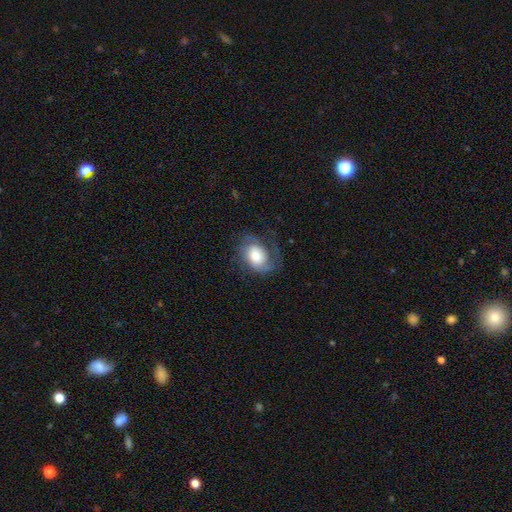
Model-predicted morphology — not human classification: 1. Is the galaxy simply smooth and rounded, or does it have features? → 58% featured or disk, 34% smooth, 8% star or artifact.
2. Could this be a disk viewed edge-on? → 97% no, 3% yes.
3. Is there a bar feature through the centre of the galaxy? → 70% no, 25% weak, 5% strong.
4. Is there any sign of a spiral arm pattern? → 88% yes, 12% no.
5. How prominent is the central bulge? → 44% large, 35% moderate, 9% dominant, 8% small, 3% none.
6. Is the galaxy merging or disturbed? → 56% none, 23% minor disturbance, 20% major disturbance, 1% merger.